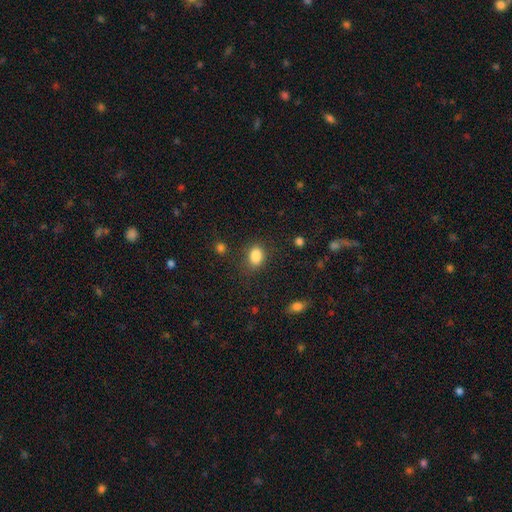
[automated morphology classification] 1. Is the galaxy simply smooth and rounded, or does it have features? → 85% smooth, 10% star or artifact, 5% featured or disk.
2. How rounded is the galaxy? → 68% in between, 31% round, 1% cigar-shaped.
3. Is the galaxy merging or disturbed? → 78% none, 15% minor disturbance, 5% major disturbance, 3% merger.